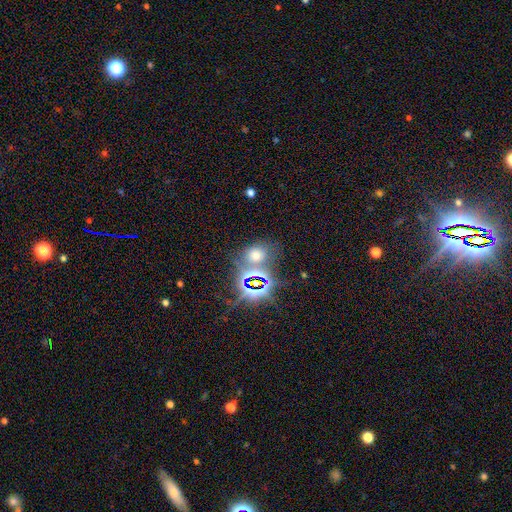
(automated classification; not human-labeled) This appears to be a smooth galaxy with no disk features (47%). Merging: none (63%).